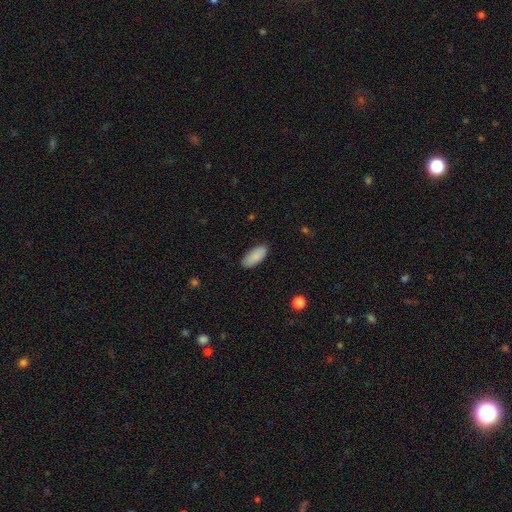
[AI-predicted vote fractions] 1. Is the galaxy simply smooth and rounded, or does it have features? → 89% smooth, 6% star or artifact, 5% featured or disk.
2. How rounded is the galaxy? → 87% in between, 11% cigar-shaped, 2% round.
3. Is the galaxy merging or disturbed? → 85% none, 11% minor disturbance, 2% major disturbance, 1% merger.